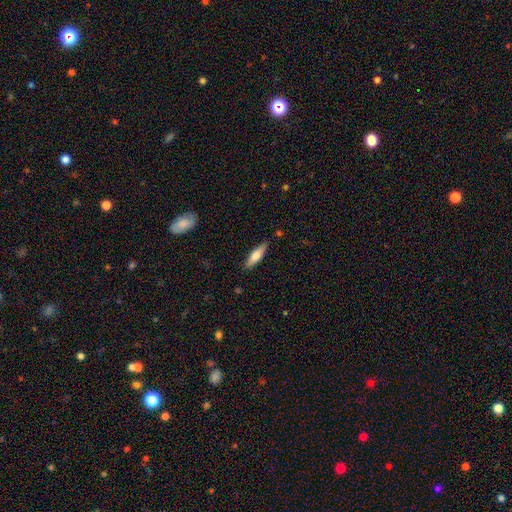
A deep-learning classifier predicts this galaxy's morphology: A smooth galaxy with no disk features (61%) that is cigar-shaped (66%). Merging: none (86%).